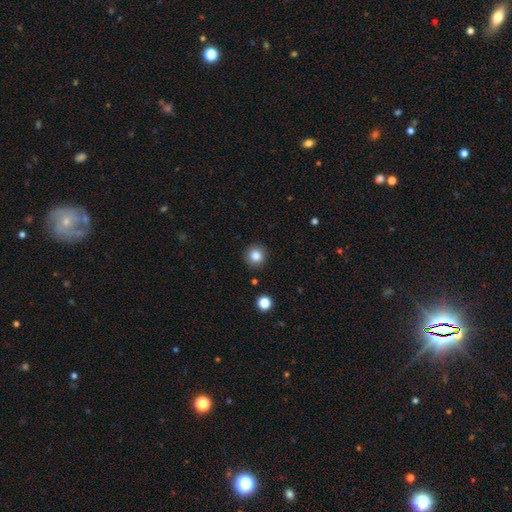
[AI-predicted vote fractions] A smooth galaxy with no disk features (84%) that is round (94%).

Vote fractions:
- Smooth or featured? smooth: 84% / star or artifact: 10% / featured or disk: 5%
- How rounded? round: 94% / in between: 5% / cigar-shaped: 1%
- Merging? none: 90% / minor disturbance: 6% / major disturbance: 2% / merger: 1%